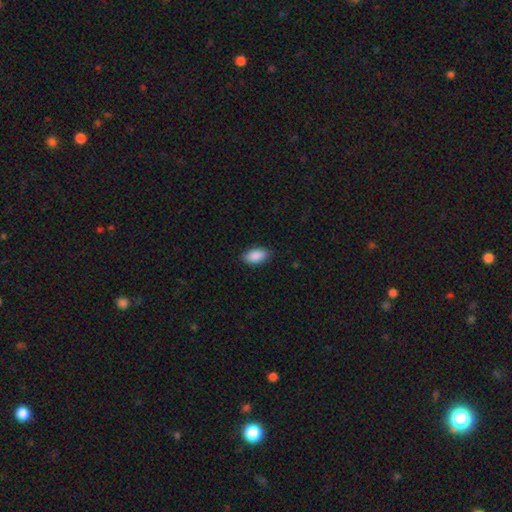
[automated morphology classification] type=smooth (90%); roundness=in between (94%); merging=none (87%).